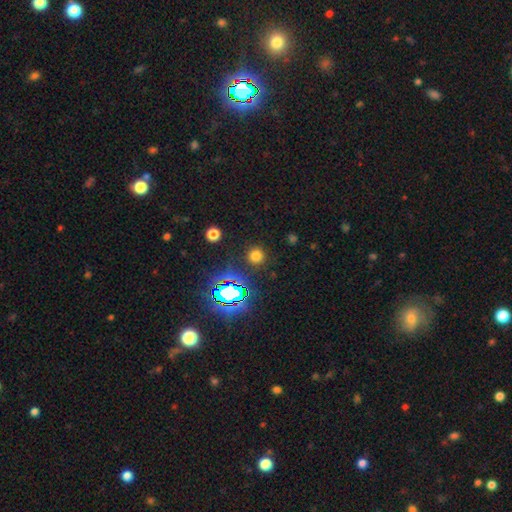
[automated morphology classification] smooth_or_featured: smooth (p=0.68) [alt: star or artifact p=0.26]
how_rounded: round (p=0.93) [alt: in between p=0.06]
merging: none (p=0.88) [alt: minor disturbance p=0.07]